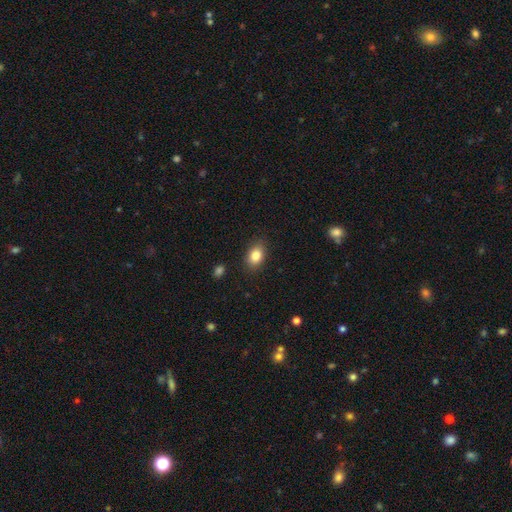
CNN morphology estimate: Q: Smooth or featured?
A: smooth (84%); runner-up: star or artifact (9%)
Q: How rounded?
A: in between (78%); runner-up: round (21%)
Q: Merging?
A: none (86%); runner-up: minor disturbance (11%)